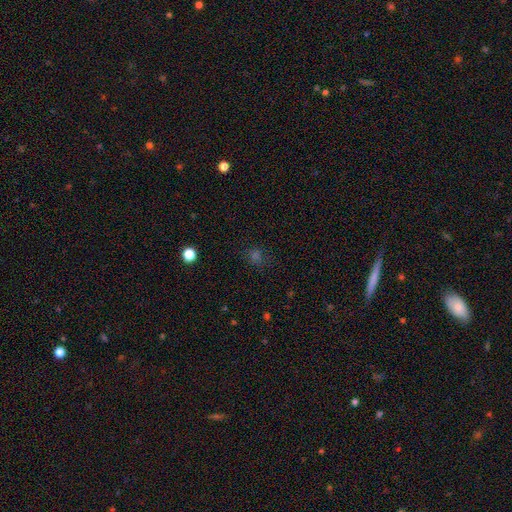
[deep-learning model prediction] smooth-or-featured: smooth: 55% | star or artifact: 37% | featured or disk: 8%
  how-rounded: round: 81% | in between: 17% | cigar-shaped: 1%
  merging: none: 80% | minor disturbance: 12% | major disturbance: 6% | merger: 2%